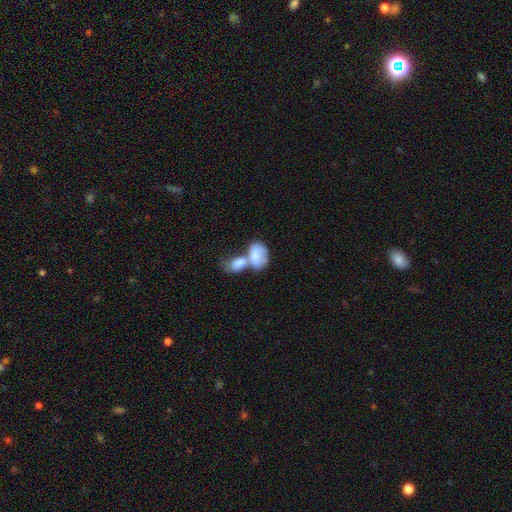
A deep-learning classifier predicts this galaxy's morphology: type=smooth (72%); roundness=in between (89%); merging=merger (74%).